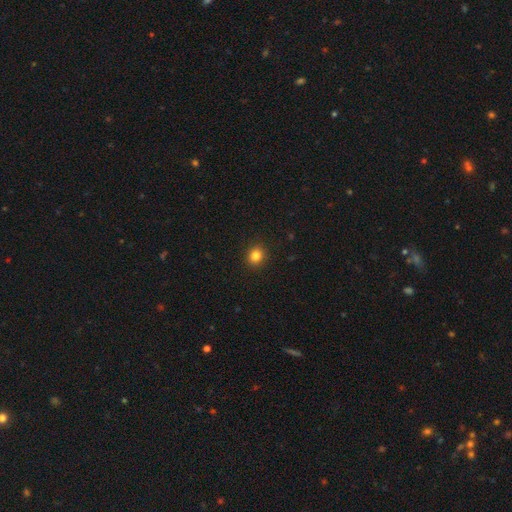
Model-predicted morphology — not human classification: smooth-or-featured: smooth: 84% | star or artifact: 11% | featured or disk: 4%
  how-rounded: round: 78% | in between: 21% | cigar-shaped: 1%
  merging: none: 91% | minor disturbance: 6% | major disturbance: 2% | merger: 1%